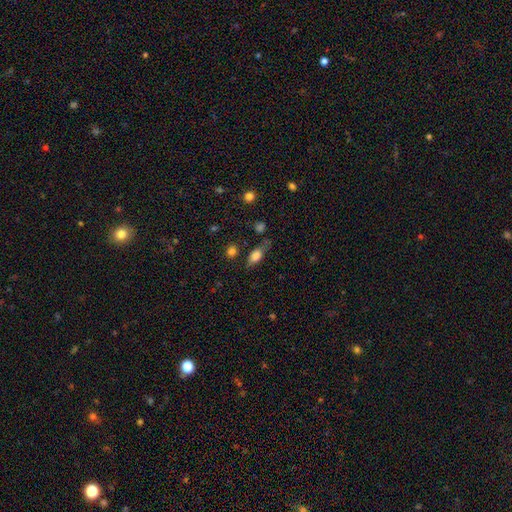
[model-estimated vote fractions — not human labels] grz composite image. It shows a smooth galaxy with no disk features (78%) that is in between round and cigar-shaped (81%). Merging: none (63%).